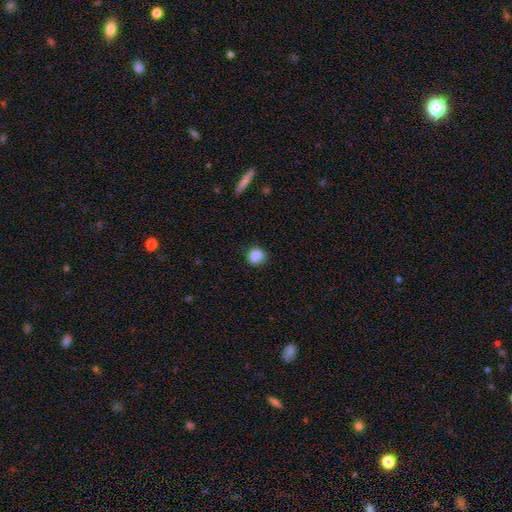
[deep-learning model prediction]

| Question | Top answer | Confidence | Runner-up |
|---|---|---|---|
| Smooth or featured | smooth | 87% | star or artifact (9%) |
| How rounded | round | 85% | in between (14%) |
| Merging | none | 85% | minor disturbance (11%) |